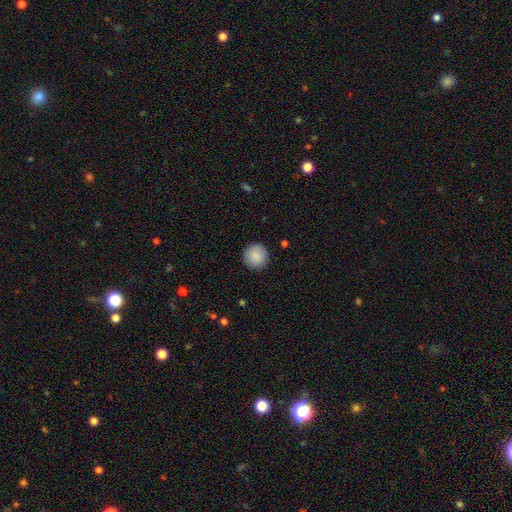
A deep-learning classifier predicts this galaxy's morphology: smooth_or_featured: smooth (p=0.89) [alt: star or artifact p=0.07]
how_rounded: round (p=0.95) [alt: in between p=0.04]
merging: none (p=0.91) [alt: minor disturbance p=0.06]